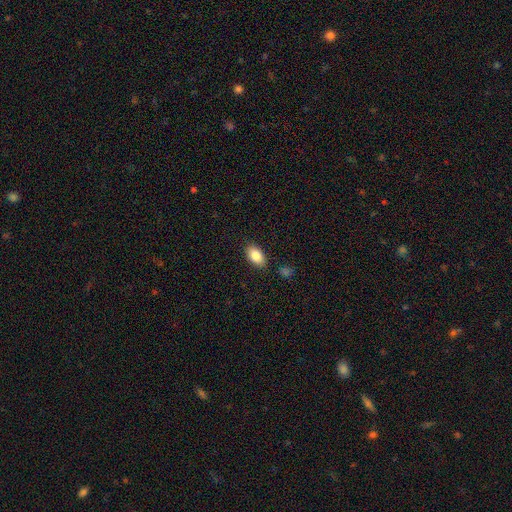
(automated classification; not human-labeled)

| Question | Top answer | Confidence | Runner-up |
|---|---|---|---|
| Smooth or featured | smooth | 86% | star or artifact (7%) |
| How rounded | in between | 91% | round (7%) |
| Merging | none | 86% | minor disturbance (10%) |